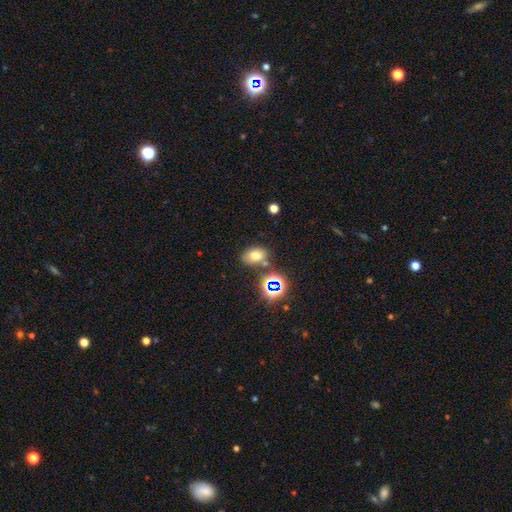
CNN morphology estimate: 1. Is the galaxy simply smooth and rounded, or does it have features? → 67% smooth, 22% star or artifact, 11% featured or disk.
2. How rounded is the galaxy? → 75% in between, 23% round, 1% cigar-shaped.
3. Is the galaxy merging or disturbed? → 69% none, 14% minor disturbance, 13% merger, 4% major disturbance.